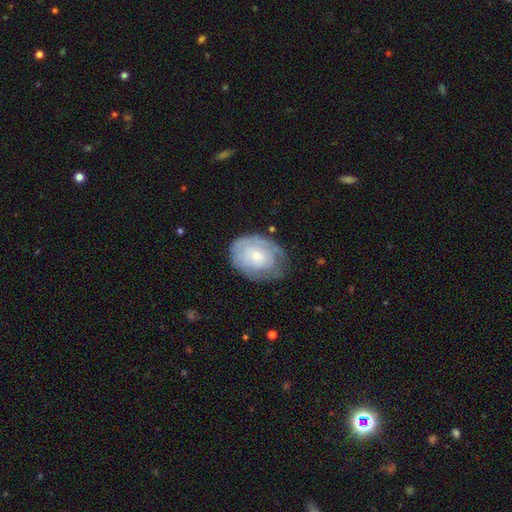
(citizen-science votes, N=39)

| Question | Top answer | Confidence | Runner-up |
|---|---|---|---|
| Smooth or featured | featured or disk | 64% | smooth (36%) |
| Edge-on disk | no | 96% | yes (4%) |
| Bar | no | 79% | weak (17%) |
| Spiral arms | yes | 83% | no (17%) |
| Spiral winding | tight | 50% | medium (40%) |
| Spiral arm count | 2 | 40% | tied: can't tell (40%) |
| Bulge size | small | 62% | moderate (38%) |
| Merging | none | 59% | minor disturbance (23%) |